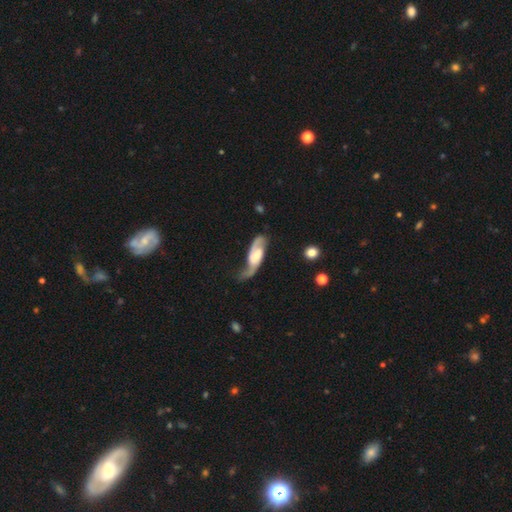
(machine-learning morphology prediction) Smooth or featured: featured or disk — 81% (smooth — 14%)
Edge-on disk: no — 92% (yes — 8%)
Bar: weak — 42% (no — 39%)
Spiral arms: yes — 95% (no — 5%)
Spiral winding: medium — 43% (loose — 40%)
Spiral arm count: 2 — 84% (1 — 9%)
Bulge size: moderate — 36% (small — 31%)
Merging: none — 46% (minor disturbance — 27%)